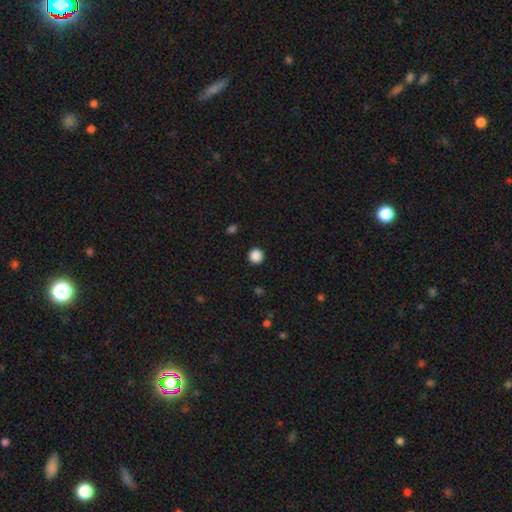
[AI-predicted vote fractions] smooth 88%, star or artifact 10%, featured or disk 2%. Down the decision tree: how rounded — round (95%); merging — none (93%).